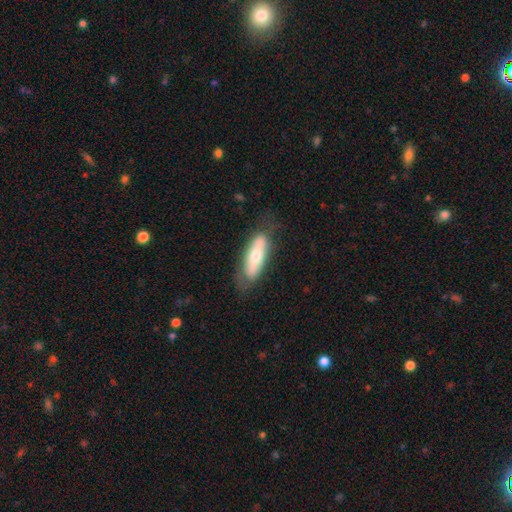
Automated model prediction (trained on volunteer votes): smooth-or-featured: smooth: 51% | featured or disk: 42% | star or artifact: 6%
  how-rounded: in between: 57% | cigar-shaped: 41% | round: 2%
  merging: none: 71% | minor disturbance: 19% | major disturbance: 7% | merger: 2%